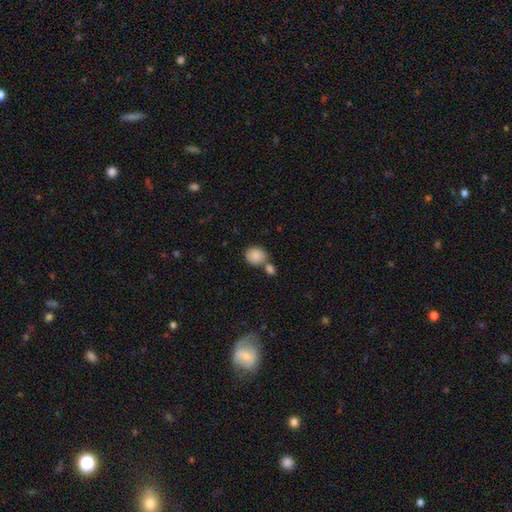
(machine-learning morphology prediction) Q: Smooth or featured?
A: smooth (87%); runner-up: star or artifact (8%)
Q: How rounded?
A: round (70%); runner-up: in between (29%)
Q: Merging?
A: none (56%); runner-up: merger (31%)